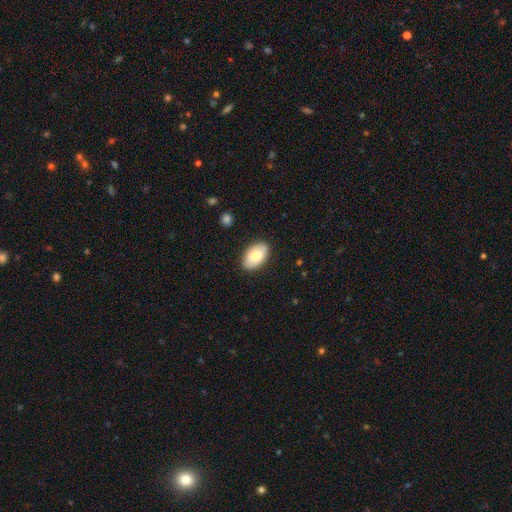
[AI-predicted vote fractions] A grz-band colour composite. It shows a smooth galaxy with no disk features (79%) that is in between round and cigar-shaped (94%). Merging: none (85%).